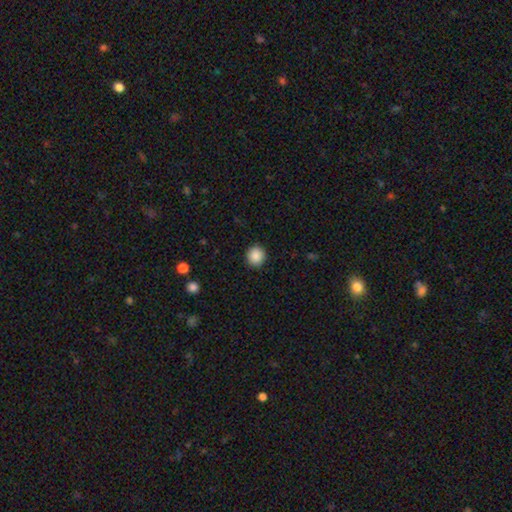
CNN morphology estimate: Q: Smooth or featured?
A: smooth (88%); runner-up: star or artifact (9%)
Q: How rounded?
A: round (91%); runner-up: in between (8%)
Q: Merging?
A: none (92%); runner-up: minor disturbance (5%)